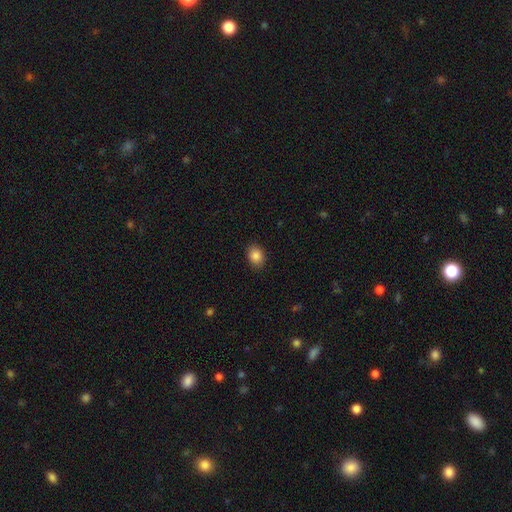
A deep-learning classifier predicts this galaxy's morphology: Overall: smooth (87%). How rounded: in between (63%; round 36%). Merging: none (88%).